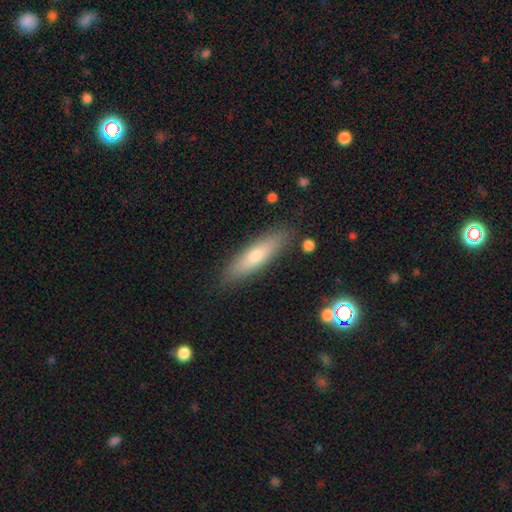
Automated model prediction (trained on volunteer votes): Q: Smooth or featured?
A: smooth (63%); runner-up: featured or disk (29%)
Q: How rounded?
A: cigar-shaped (71%); runner-up: in between (27%)
Q: Merging?
A: none (86%); runner-up: minor disturbance (10%)